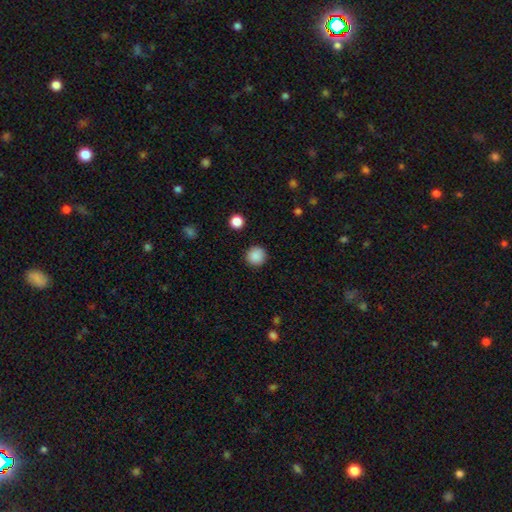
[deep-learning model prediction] Smooth or featured?
  - smooth: 88% *
  - star or artifact: 9%
  - featured or disk: 3%
How rounded?
  - round: 95% *
  - in between: 4%
  - cigar-shaped: 1%
Merging?
  - none: 92% *
  - minor disturbance: 5%
  - major disturbance: 2%
  - merger: 1%